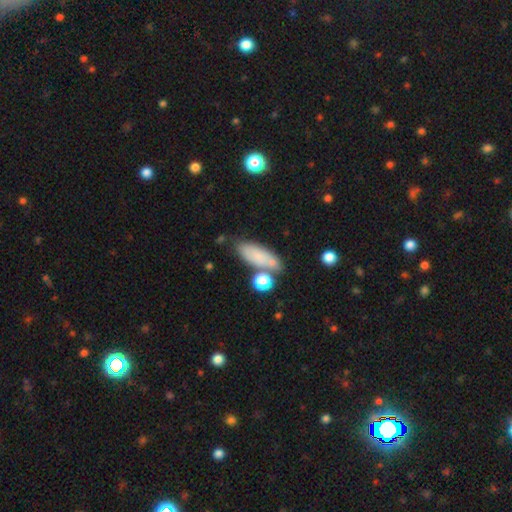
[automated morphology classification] type=smooth (78%); roundness=in between (66%); merging=none (61%).